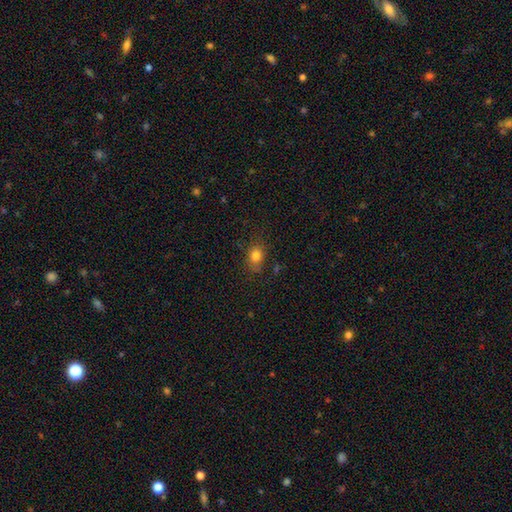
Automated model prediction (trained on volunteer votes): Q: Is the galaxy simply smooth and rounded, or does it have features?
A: smooth — 81%.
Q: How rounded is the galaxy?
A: in between — 61%.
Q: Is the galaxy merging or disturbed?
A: none — 74%.